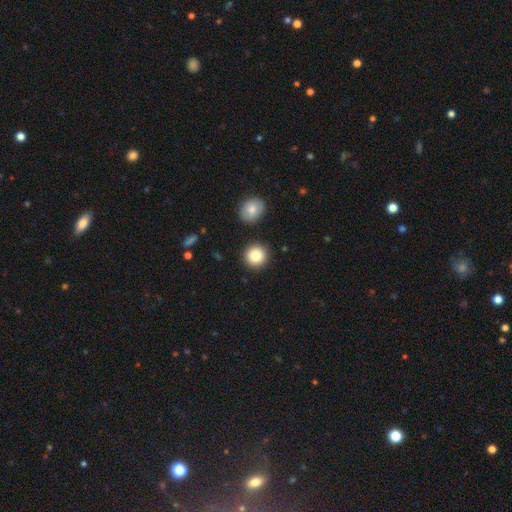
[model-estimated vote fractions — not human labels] This appears to be a smooth galaxy with no disk features (84%) that is round (93%). Merging: none (89%).